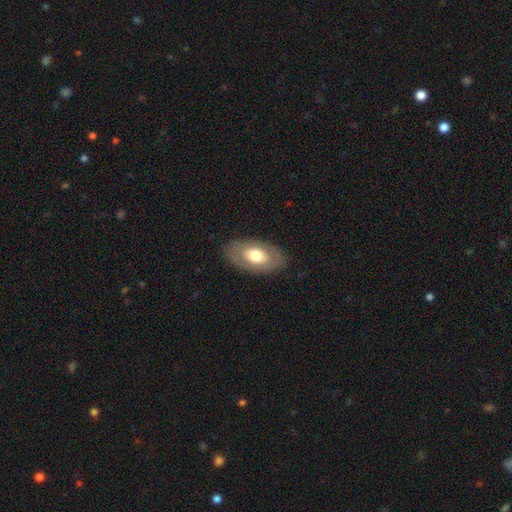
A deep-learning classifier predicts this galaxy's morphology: Smooth or featured?
  - smooth: 58% *
  - featured or disk: 36%
  - star or artifact: 6%
How rounded?
  - in between: 92% *
  - round: 7%
  - cigar-shaped: 2%
Merging?
  - none: 83% *
  - minor disturbance: 12%
  - major disturbance: 4%
  - merger: 1%